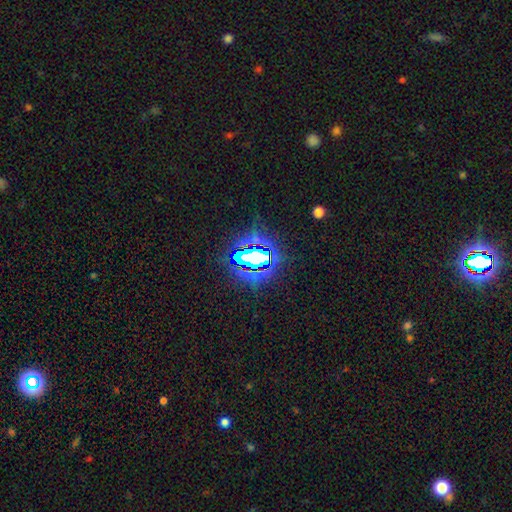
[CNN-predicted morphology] A star or artifact, not a galaxy (74%).